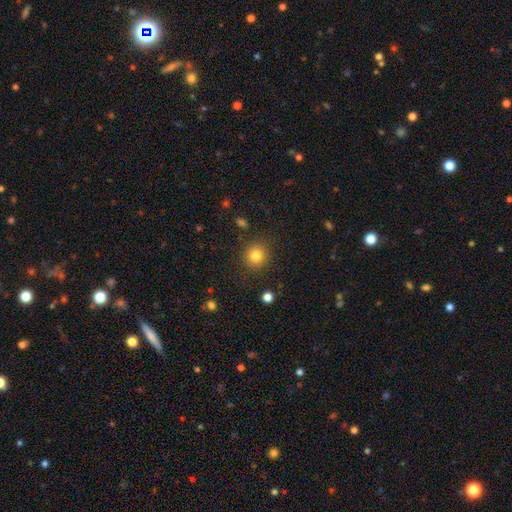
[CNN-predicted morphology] This is clearly a smooth galaxy (82%). How rounded: clearly round (89%). Merging: clearly none (87%).